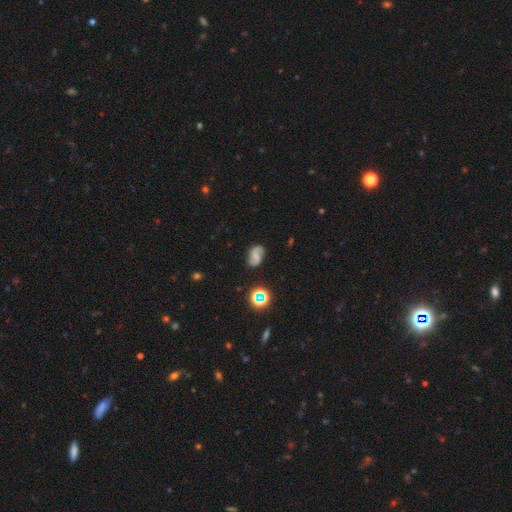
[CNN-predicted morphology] This is possibly a featured or disk galaxy (59%). It is clearly not viewed edge-on (97%). Bar: possibly no (53%). Spiral arm pattern: clearly yes (90%). Spiral arm count: clearly 2 (87%). Spiral winding: marginally medium (43%). Central bulge: possibly small (53%). Merging: likely none (75%).